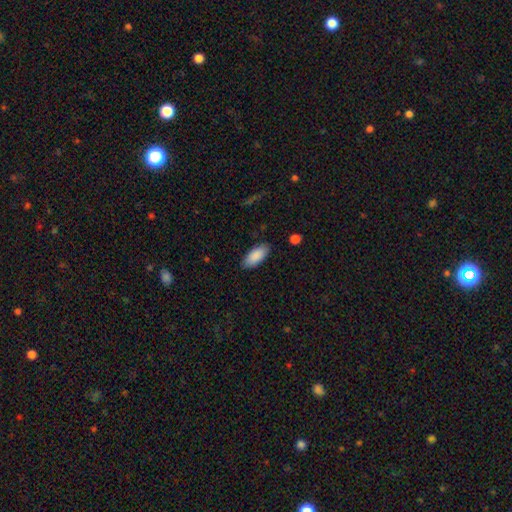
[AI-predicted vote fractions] Smooth or featured: smooth — 89% (star or artifact — 6%)
How rounded: in between — 89% (cigar-shaped — 9%)
Merging: none — 86% (minor disturbance — 10%)